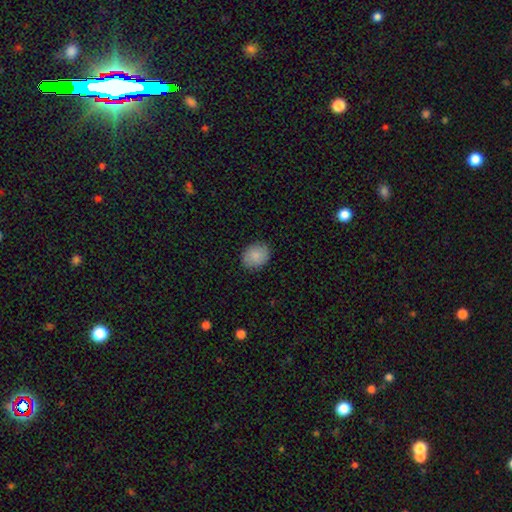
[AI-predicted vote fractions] A smooth galaxy with no disk features (86%) that is in between round and cigar-shaped (52%).

Vote fractions:
- Smooth or featured? smooth: 86% / star or artifact: 7% / featured or disk: 7%
- How rounded? in between: 52% / round: 47% / cigar-shaped: 1%
- Merging? none: 87% / minor disturbance: 10% / major disturbance: 2% / merger: 1%